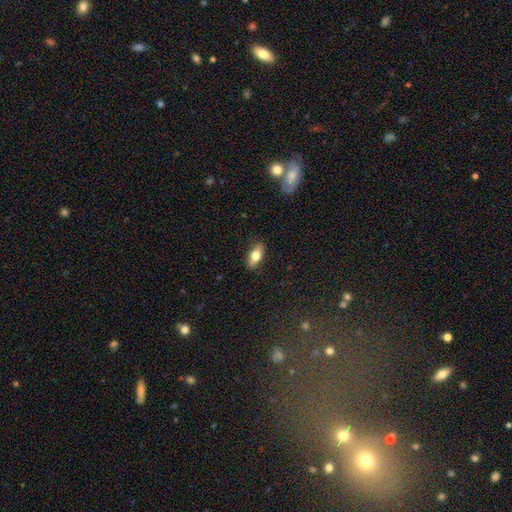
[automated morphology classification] smooth_or_featured: smooth (p=0.69) [alt: featured or disk p=0.24]
how_rounded: in between (p=0.81) [alt: cigar-shaped p=0.16]
merging: none (p=0.87) [alt: minor disturbance p=0.09]